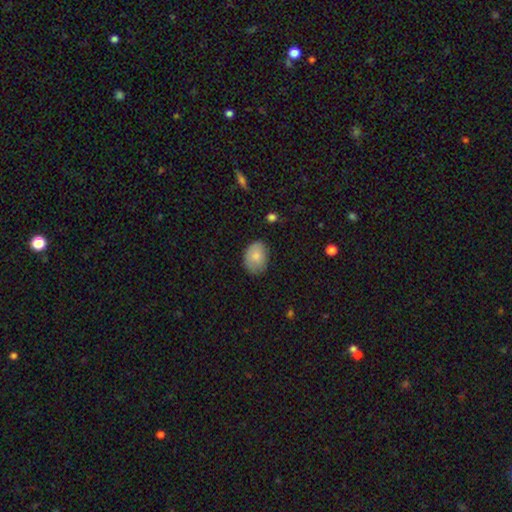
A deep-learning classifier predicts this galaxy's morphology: Smooth or featured? Predicted: smooth (p=0.83). How rounded? Predicted: in between (p=0.74). Merging? Predicted: none (p=0.74).